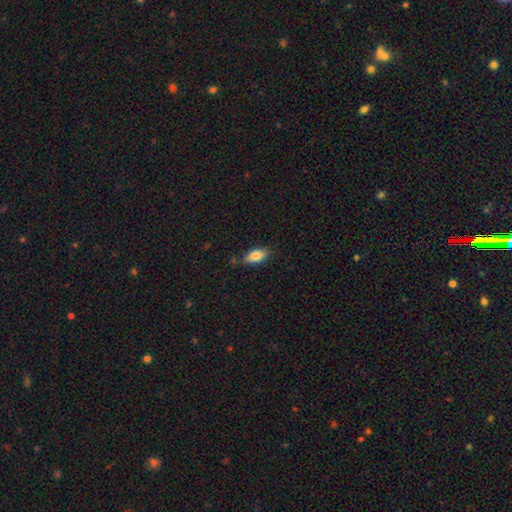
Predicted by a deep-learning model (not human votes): A smooth galaxy with no disk features (79%) that is in between round and cigar-shaped (85%).

Vote fractions:
- Smooth or featured? smooth: 79% / featured or disk: 14% / star or artifact: 7%
- How rounded? in between: 85% / cigar-shaped: 12% / round: 4%
- Merging? none: 77% / minor disturbance: 17% / major disturbance: 3% / merger: 2%